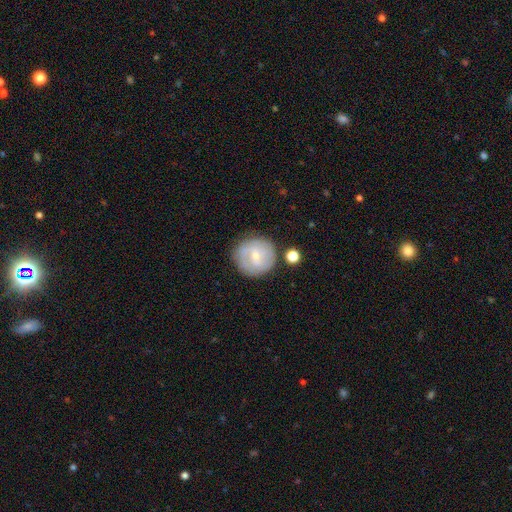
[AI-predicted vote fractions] Smooth or featured?
  - featured or disk: 55% *
  - smooth: 38%
  - star or artifact: 7%
Edge-on disk?
  - no: 97% *
  - yes: 3%
Bar?
  - no: 46% *
  - weak: 44%
  - strong: 10%
Spiral arms?
  - yes: 73% *
  - no: 27%
Bulge size?
  - small: 70% *
  - moderate: 26%
  - none: 2%
  - large: 1%
  - dominant: 1%
Merging?
  - none: 77% *
  - minor disturbance: 13%
  - merger: 5%
  - major disturbance: 5%